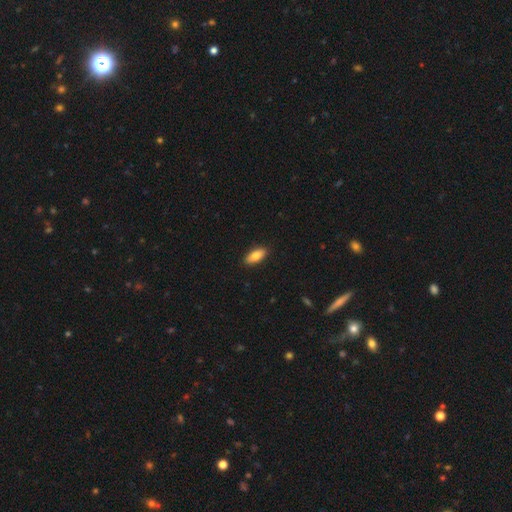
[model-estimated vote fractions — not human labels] Smooth or featured: smooth — 81% (featured or disk — 13%)
How rounded: in between — 85% (cigar-shaped — 13%)
Merging: none — 90% (minor disturbance — 8%)